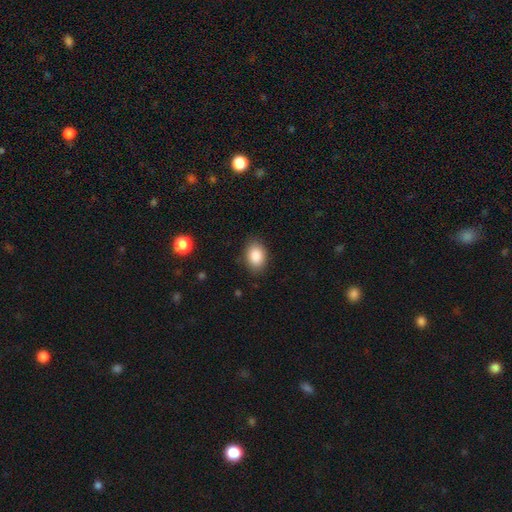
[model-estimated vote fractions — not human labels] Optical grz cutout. It shows a smooth galaxy with no disk features (88%) that is in between round and cigar-shaped (83%). Merging: none (84%).